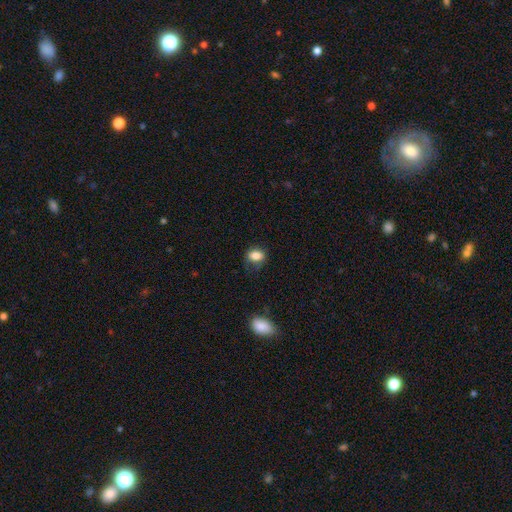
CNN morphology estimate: Smooth or featured?
  - smooth: 83% *
  - star or artifact: 9%
  - featured or disk: 7%
How rounded?
  - in between: 64% *
  - round: 35%
  - cigar-shaped: 1%
Merging?
  - none: 66% *
  - minor disturbance: 24%
  - major disturbance: 8%
  - merger: 2%